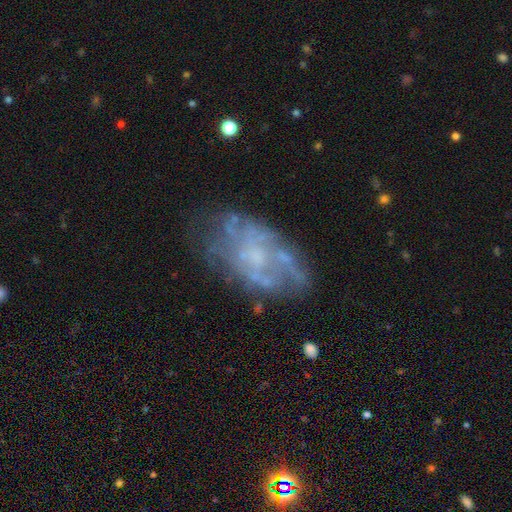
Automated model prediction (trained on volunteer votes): The model was most divided on "bulge size": small: 44%, none: 31%, moderate: 21%, large: 2%, dominant: 1%. More confident: edge-on disk — no (96%); bar — no (82%); smooth or featured — featured or disk (69%); merging — none (60%); spiral arms — no (58%).